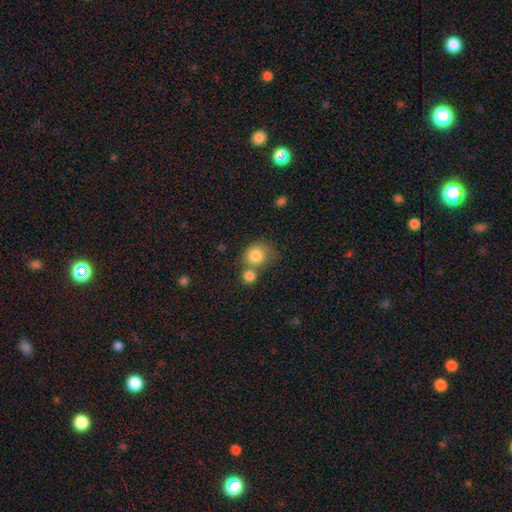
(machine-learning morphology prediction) Smooth or featured? Predicted: smooth (p=0.82). How rounded? Predicted: round (p=0.77). Merging? Predicted: none (p=0.42).